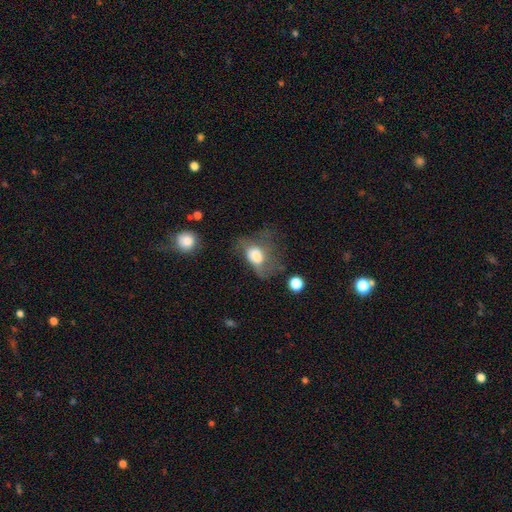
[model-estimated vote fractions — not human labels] Smooth or featured? smooth (64%)
How rounded? in between (68%)
Merging? major disturbance (50%)